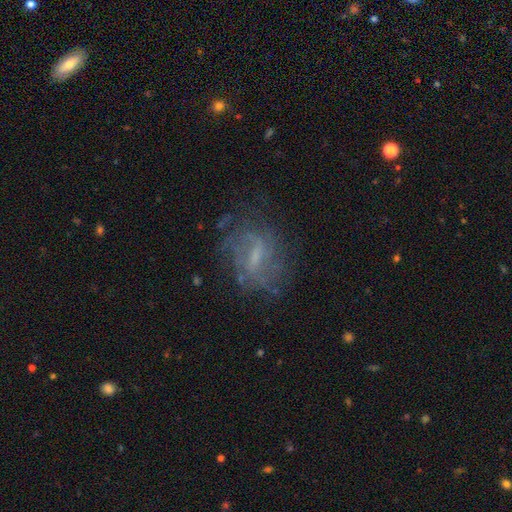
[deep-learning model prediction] Smooth or featured?
  - featured or disk: 67% *
  - smooth: 21%
  - star or artifact: 12%
Edge-on disk?
  - no: 95% *
  - yes: 5%
Bar?
  - weak: 54% *
  - strong: 23%
  - no: 22%
Spiral arms?
  - yes: 71% *
  - no: 29%
Bulge size?
  - small: 43% *
  - none: 27%
  - moderate: 26%
  - large: 3%
  - dominant: 1%
Merging?
  - none: 63% *
  - minor disturbance: 19%
  - major disturbance: 16%
  - merger: 2%